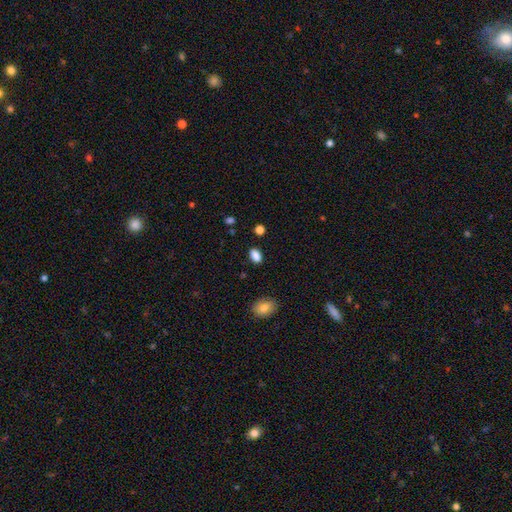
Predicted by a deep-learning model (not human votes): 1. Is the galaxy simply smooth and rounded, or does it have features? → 87% smooth, 9% star or artifact, 4% featured or disk.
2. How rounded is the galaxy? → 87% in between, 11% round, 2% cigar-shaped.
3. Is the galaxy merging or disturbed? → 86% none, 10% minor disturbance, 3% major disturbance, 2% merger.